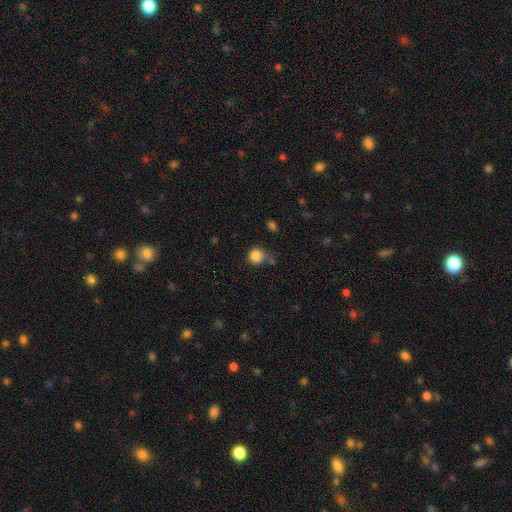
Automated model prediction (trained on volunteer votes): smooth-or-featured: smooth: 85% | star or artifact: 10% | featured or disk: 5%
  how-rounded: round: 88% | in between: 11% | cigar-shaped: 1%
  merging: none: 62% | minor disturbance: 20% | merger: 11% | major disturbance: 7%